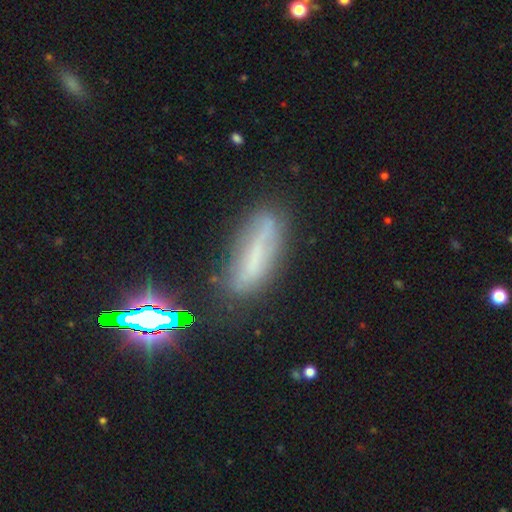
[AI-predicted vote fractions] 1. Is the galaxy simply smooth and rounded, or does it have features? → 45% smooth, 35% featured or disk, 20% star or artifact.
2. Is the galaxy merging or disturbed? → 63% none, 24% minor disturbance, 9% major disturbance, 4% merger.